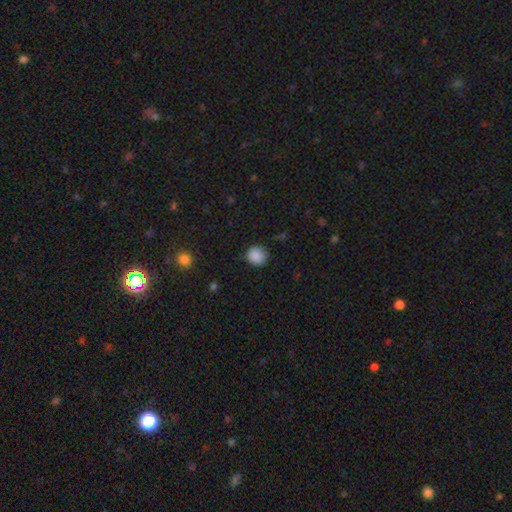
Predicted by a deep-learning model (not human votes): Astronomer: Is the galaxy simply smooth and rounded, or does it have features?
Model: smooth — 88%.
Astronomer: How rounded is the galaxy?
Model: round — 85%.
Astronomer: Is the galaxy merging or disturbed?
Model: none — 85%.